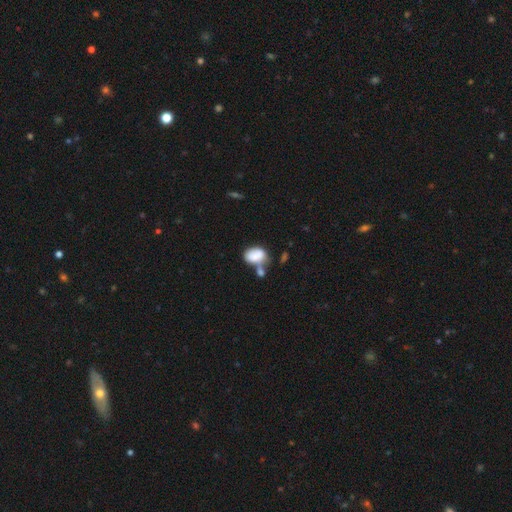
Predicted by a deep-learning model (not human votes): This appears to be a smooth galaxy with no disk features (80%) that is in between round and cigar-shaped (83%). Merging: merger (43%).